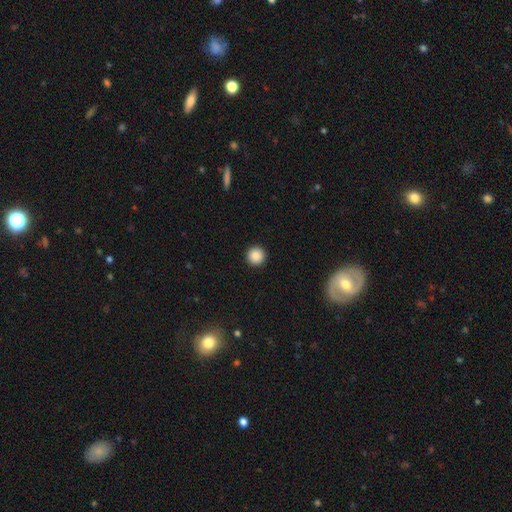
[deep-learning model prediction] Overall: smooth (87%). How rounded: round (96%). Merging: none (93%).